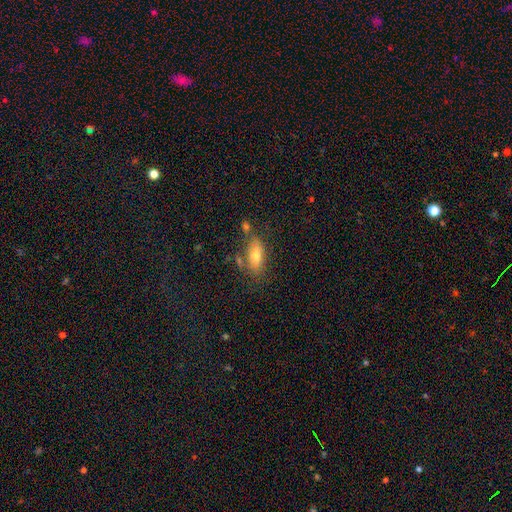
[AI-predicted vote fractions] This appears to be a smooth galaxy with no disk features (67%) that is in between round and cigar-shaped (77%). Merging: none (66%).